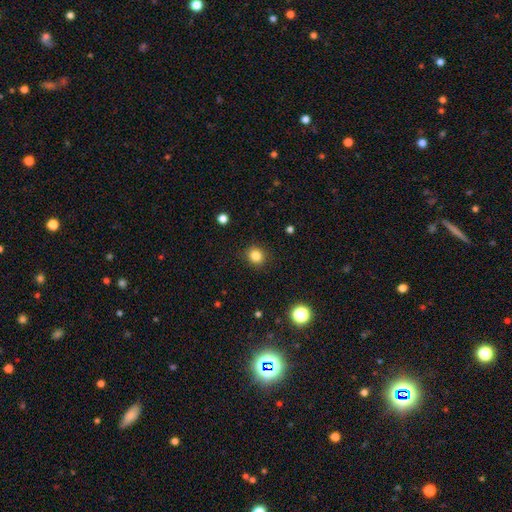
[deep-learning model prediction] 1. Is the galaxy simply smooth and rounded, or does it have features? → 84% smooth, 12% star or artifact, 5% featured or disk.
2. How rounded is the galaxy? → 86% round, 13% in between, 1% cigar-shaped.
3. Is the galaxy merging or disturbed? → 89% none, 7% minor disturbance, 2% major disturbance, 1% merger.